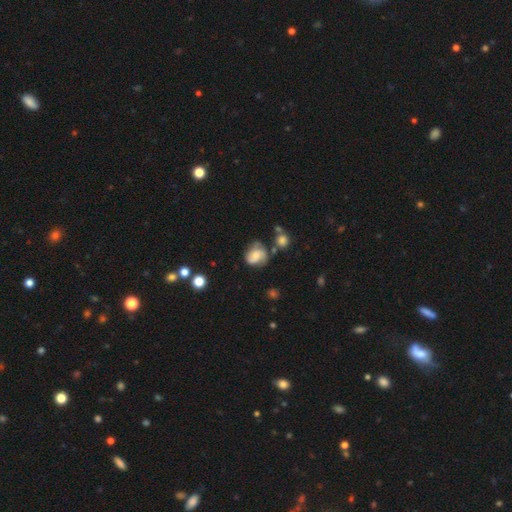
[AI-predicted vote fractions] smooth-or-featured: featured or disk: 47% | smooth: 44% | star or artifact: 9%
  merging: none: 50% | minor disturbance: 27% | major disturbance: 14% | merger: 9%